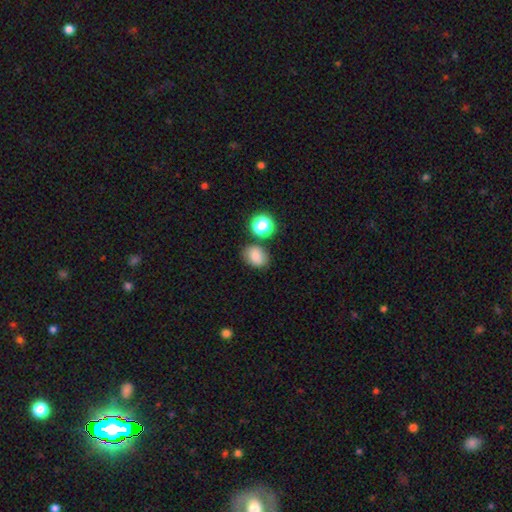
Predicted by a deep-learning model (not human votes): Morphology: type=smooth (80%); roundness=in between (59%); merging=none (72%).